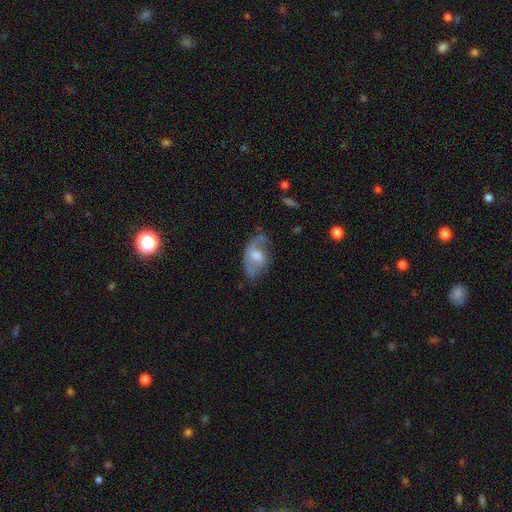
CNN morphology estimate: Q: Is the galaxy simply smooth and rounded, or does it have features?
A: featured or disk — 58%.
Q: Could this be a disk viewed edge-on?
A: no — 93%.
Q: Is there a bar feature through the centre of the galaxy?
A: no — 57%.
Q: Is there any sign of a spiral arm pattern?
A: yes — 68%.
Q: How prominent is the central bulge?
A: moderate — 55%.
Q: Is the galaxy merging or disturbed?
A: none — 46%.